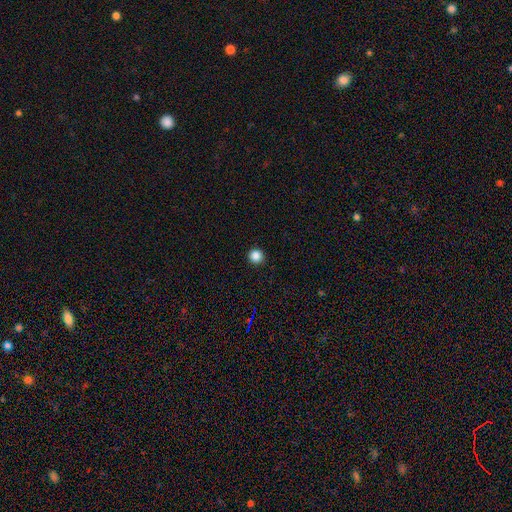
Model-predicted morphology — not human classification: This is clearly a smooth galaxy (86%). How rounded: clearly round (94%). Merging: clearly none (93%).